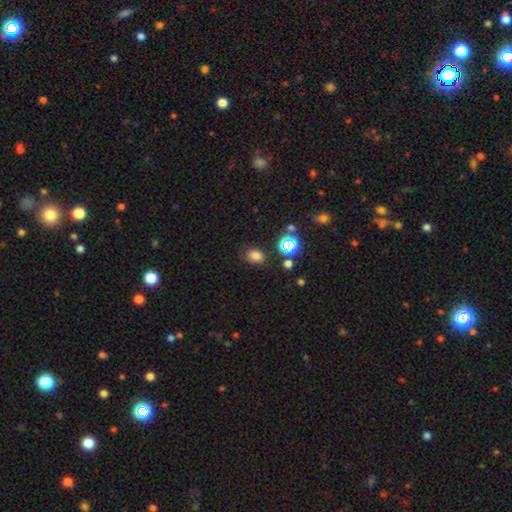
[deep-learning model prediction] smooth 74%, star or artifact 20%, featured or disk 6%. Down the decision tree: how rounded — in between (61%); merging — none (81%).